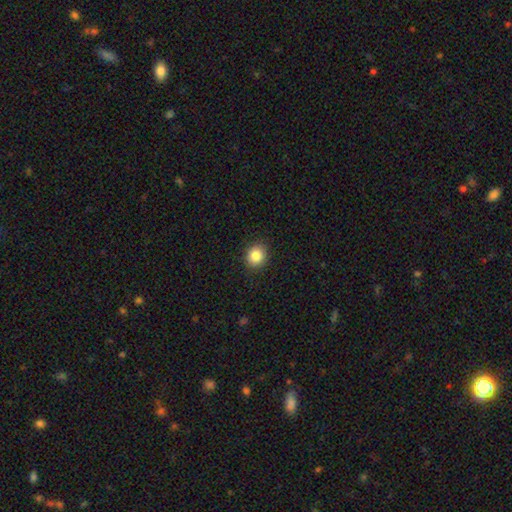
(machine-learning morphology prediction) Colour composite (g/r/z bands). It shows a smooth galaxy with no disk features (84%) that is round (78%). Merging: none (90%).